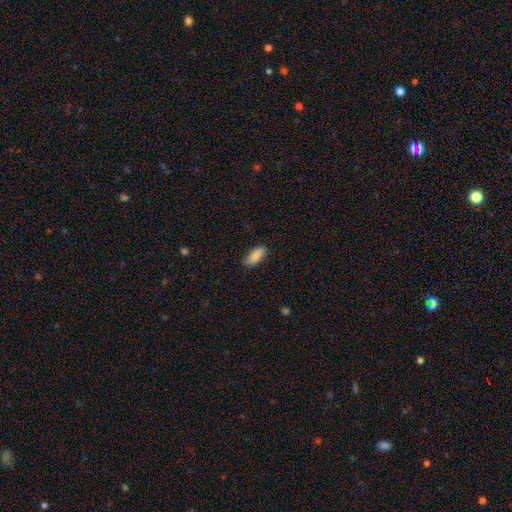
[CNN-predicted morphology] Smooth or featured: smooth — 86% (featured or disk — 8%)
How rounded: in between — 83% (cigar-shaped — 15%)
Merging: none — 83% (minor disturbance — 13%)